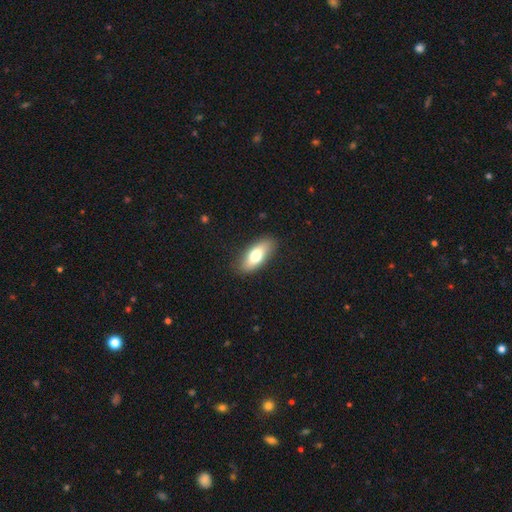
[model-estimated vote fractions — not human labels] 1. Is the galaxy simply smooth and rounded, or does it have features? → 71% smooth, 23% featured or disk, 6% star or artifact.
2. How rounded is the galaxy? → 78% in between, 19% cigar-shaped, 3% round.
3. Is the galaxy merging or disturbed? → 86% none, 10% minor disturbance, 2% major disturbance, 1% merger.